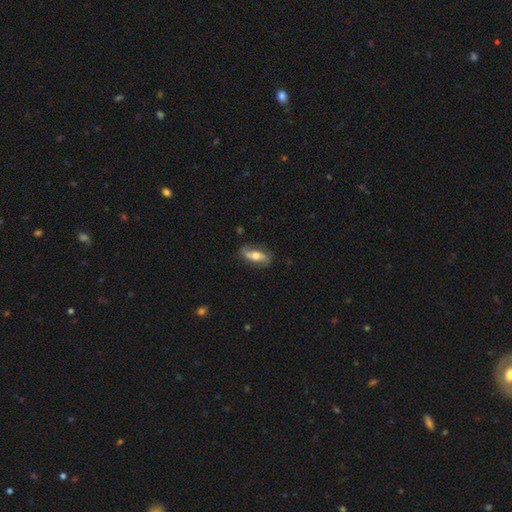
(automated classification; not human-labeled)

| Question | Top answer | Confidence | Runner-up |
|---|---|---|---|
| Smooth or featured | featured or disk | 65% | smooth (29%) |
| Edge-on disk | no | 82% | yes (18%) |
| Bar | no | 44% | weak (28%) |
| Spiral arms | yes | 84% | no (16%) |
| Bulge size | moderate | 67% | large (15%) |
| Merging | none | 76% | minor disturbance (17%) |